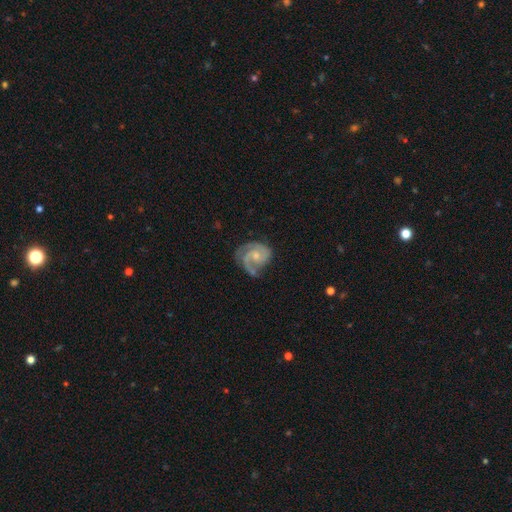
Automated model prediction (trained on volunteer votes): Smooth or featured: featured or disk — 86% (smooth — 9%)
Edge-on disk: no — 98% (yes — 2%)
Bar: no — 62% (weak — 33%)
Spiral arms: yes — 97% (no — 3%)
Spiral winding: tight — 45% (medium — 44%)
Spiral arm count: 2 — 67% (3 — 15%)
Bulge size: small — 53% (moderate — 38%)
Merging: none — 58% (minor disturbance — 25%)